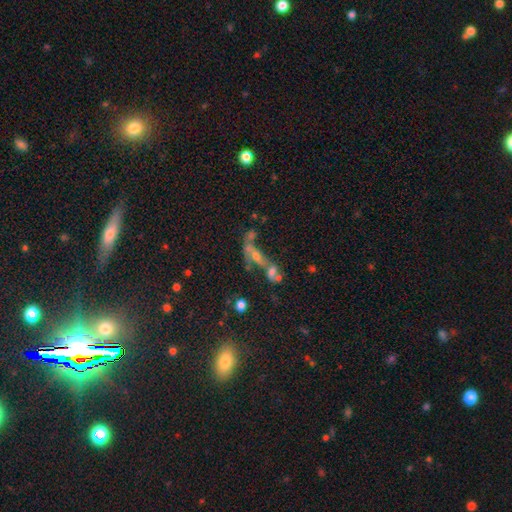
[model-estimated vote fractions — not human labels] smooth_or_featured: featured or disk (p=0.45) [alt: smooth p=0.30]
merging: merger (p=0.47) [alt: none p=0.24]